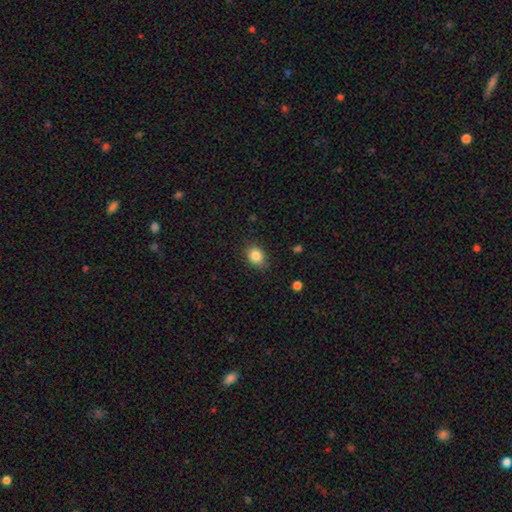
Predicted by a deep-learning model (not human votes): This is clearly a smooth galaxy (85%). How rounded: possibly in between (56%). Merging: clearly none (82%).